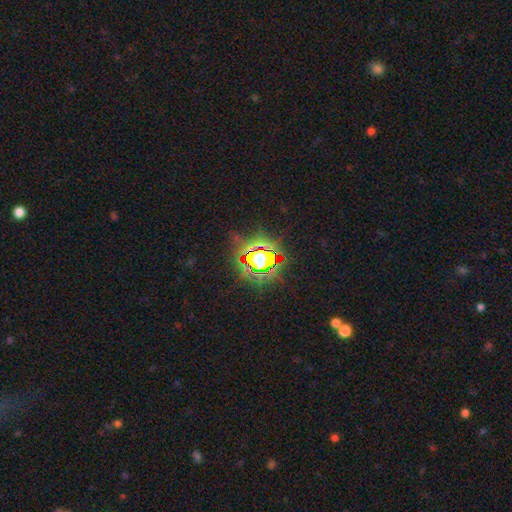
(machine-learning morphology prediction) Q: Smooth or featured?
A: star or artifact (69%); runner-up: smooth (18%)